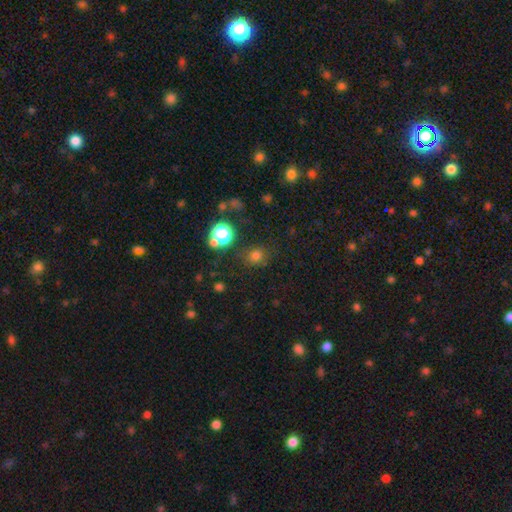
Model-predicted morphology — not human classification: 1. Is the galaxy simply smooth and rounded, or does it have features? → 70% smooth, 24% star or artifact, 6% featured or disk.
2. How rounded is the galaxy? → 80% round, 19% in between, 1% cigar-shaped.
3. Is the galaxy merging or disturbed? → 78% none, 12% minor disturbance, 5% major disturbance, 4% merger.